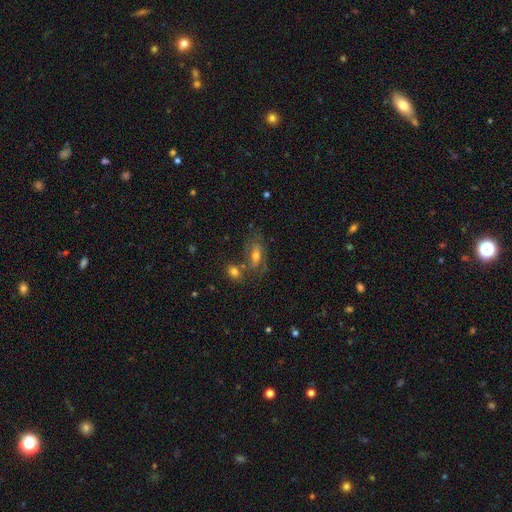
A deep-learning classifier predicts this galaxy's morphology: Overall: smooth (48%; featured or disk 42%). Merging: none (48%; merger 20%).